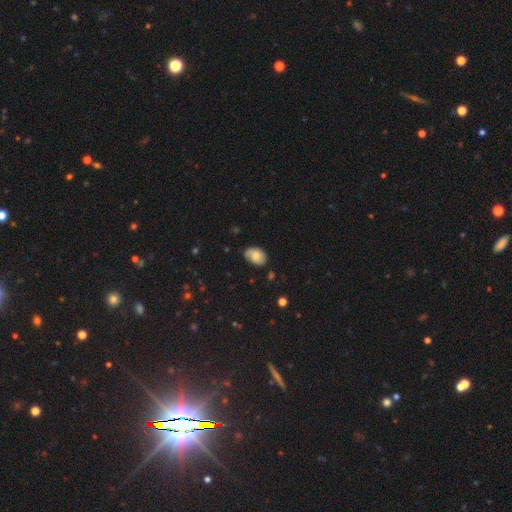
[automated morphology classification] Smooth or featured: smooth — 76% (featured or disk — 16%)
How rounded: in between — 83% (round — 16%)
Merging: none — 66% (minor disturbance — 27%)